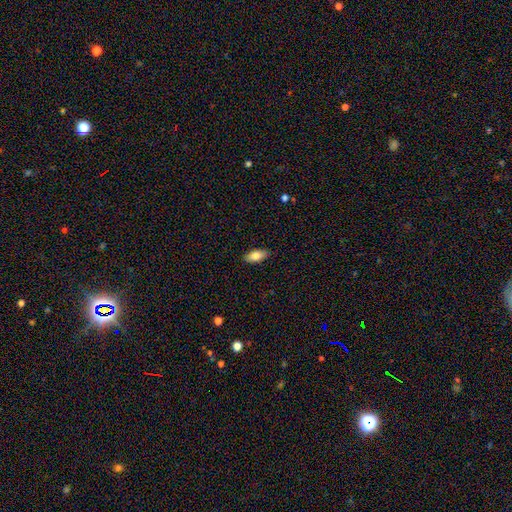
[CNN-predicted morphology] smooth-or-featured: smooth: 81% | featured or disk: 13% | star or artifact: 7%
  how-rounded: in between: 86% | cigar-shaped: 11% | round: 3%
  merging: none: 88% | minor disturbance: 9% | major disturbance: 2% | merger: 1%